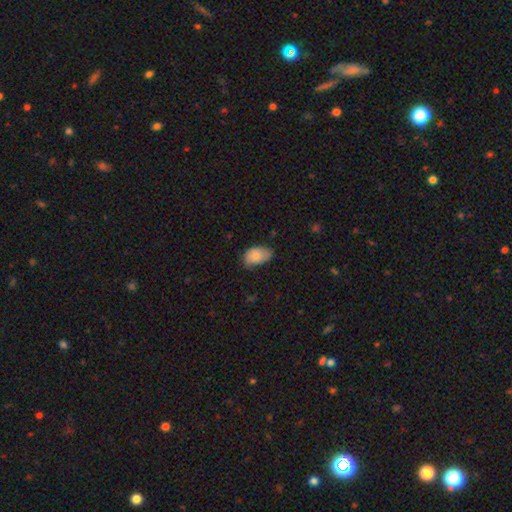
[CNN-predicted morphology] Smooth or featured? Predicted: smooth (p=0.82). How rounded? Predicted: in between (p=0.91). Merging? Predicted: none (p=0.54).